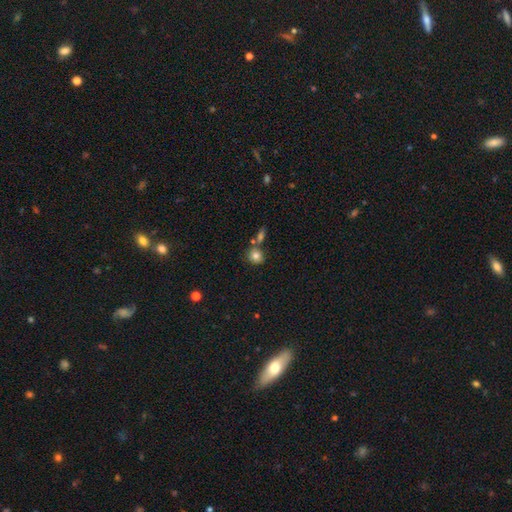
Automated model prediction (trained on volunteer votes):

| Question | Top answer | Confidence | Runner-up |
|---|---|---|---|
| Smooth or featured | smooth | 79% | star or artifact (10%) |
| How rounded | round | 82% | in between (16%) |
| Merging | none | 64% | merger (21%) |